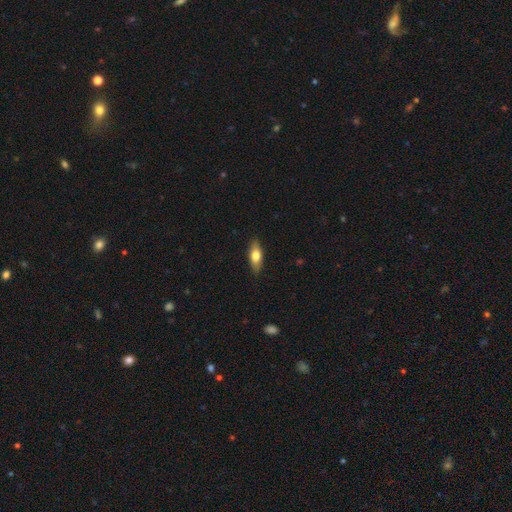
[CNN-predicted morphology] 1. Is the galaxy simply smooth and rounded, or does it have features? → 67% smooth, 26% featured or disk, 6% star or artifact.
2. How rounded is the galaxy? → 65% in between, 32% cigar-shaped, 3% round.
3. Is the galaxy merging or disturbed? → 87% none, 10% minor disturbance, 2% major disturbance, 1% merger.